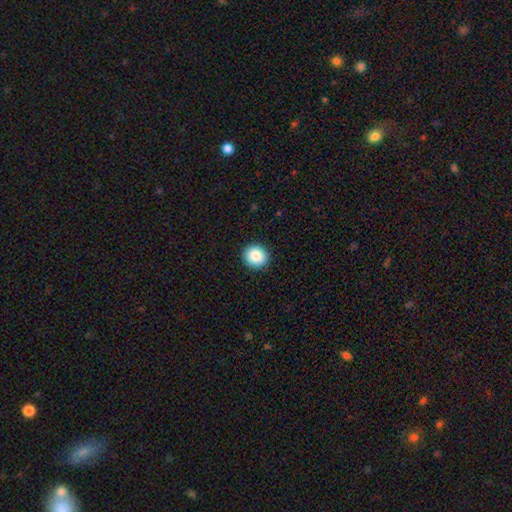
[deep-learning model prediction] Morphology: type=smooth (86%); roundness=round (86%); merging=none (92%).